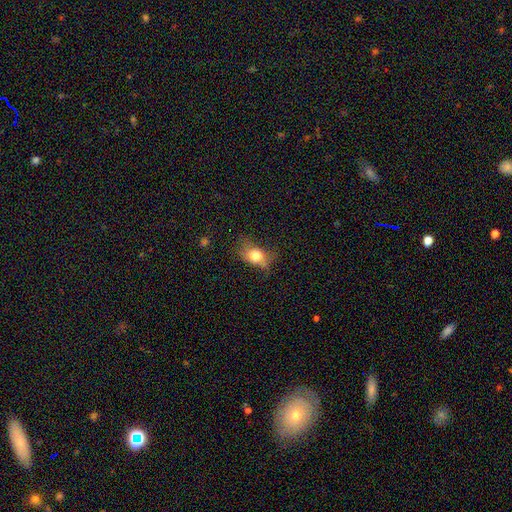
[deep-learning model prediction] Morphology: type=smooth (71%); roundness=in between (68%); merging=none (46%).